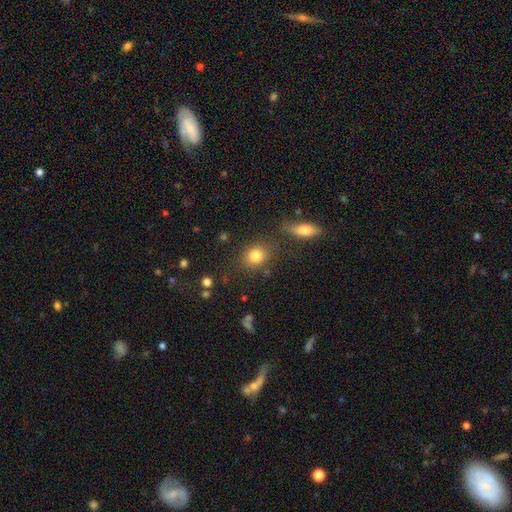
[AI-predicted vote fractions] Q: Smooth or featured?
A: smooth (81%); runner-up: star or artifact (11%)
Q: How rounded?
A: round (58%); runner-up: in between (40%)
Q: Merging?
A: none (76%); runner-up: minor disturbance (11%)